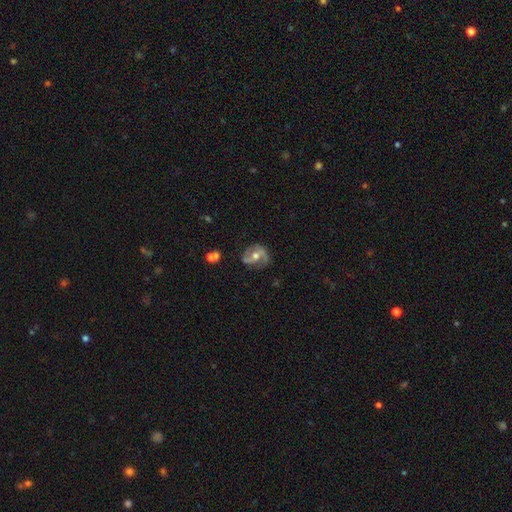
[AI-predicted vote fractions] featured or disk 77%, smooth 17%, star or artifact 7%. Down the decision tree: edge-on disk — no (97%); bar — no (49%); spiral arms — yes (88%); spiral arm count — 2 (84%); spiral winding — medium (47%); bulge size — moderate (75%); merging — none (67%).